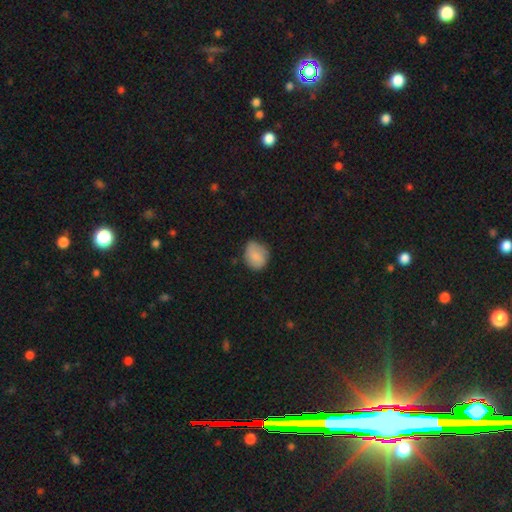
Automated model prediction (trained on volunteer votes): Smooth or featured?
  - smooth: 78% *
  - featured or disk: 15%
  - star or artifact: 7%
How rounded?
  - round: 64% *
  - in between: 35%
  - cigar-shaped: 1%
Merging?
  - none: 69% *
  - minor disturbance: 25%
  - major disturbance: 5%
  - merger: 1%